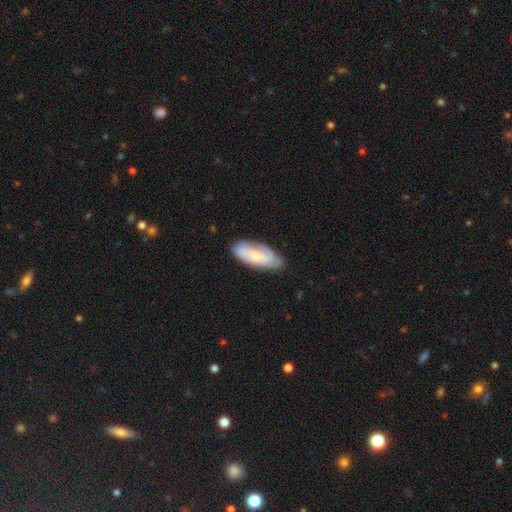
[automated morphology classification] Overall: smooth (53%; featured or disk 41%). How rounded: in between (76%). Merging: none (74%).